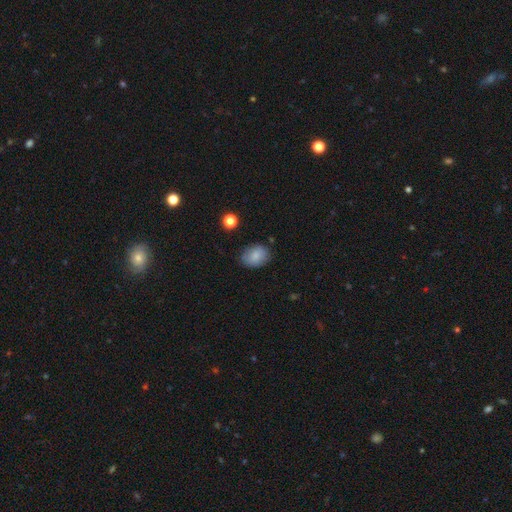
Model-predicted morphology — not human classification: smooth 84%, star or artifact 8%, featured or disk 8%. Down the decision tree: how rounded — in between (65%); merging — none (77%).